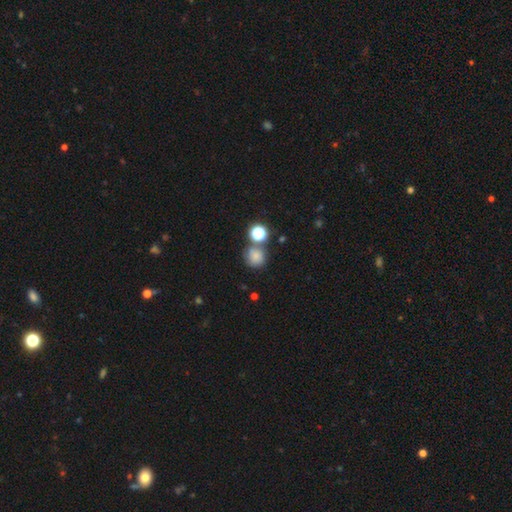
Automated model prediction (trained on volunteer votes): Smooth or featured? Predicted: smooth (p=0.76). How rounded? Predicted: round (p=0.88). Merging? Predicted: none (p=0.62).